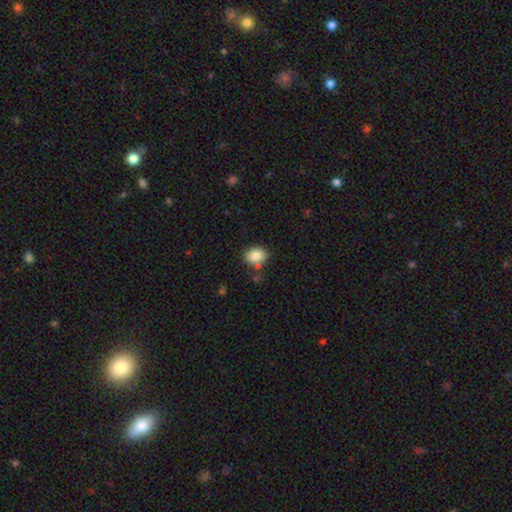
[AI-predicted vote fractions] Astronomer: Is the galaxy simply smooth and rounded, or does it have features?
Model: smooth — 85%.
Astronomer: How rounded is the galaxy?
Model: in between — 71%.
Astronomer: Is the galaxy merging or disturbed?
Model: none — 74%.